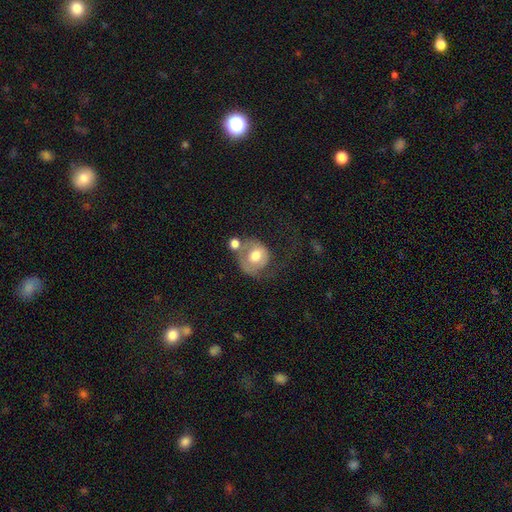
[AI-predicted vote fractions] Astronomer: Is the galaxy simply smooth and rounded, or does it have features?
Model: smooth — 54% (runner-up: featured or disk, 39%).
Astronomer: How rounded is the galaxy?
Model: round — 76%.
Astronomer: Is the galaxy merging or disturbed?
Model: major disturbance — 31% (runner-up: none, 26%).